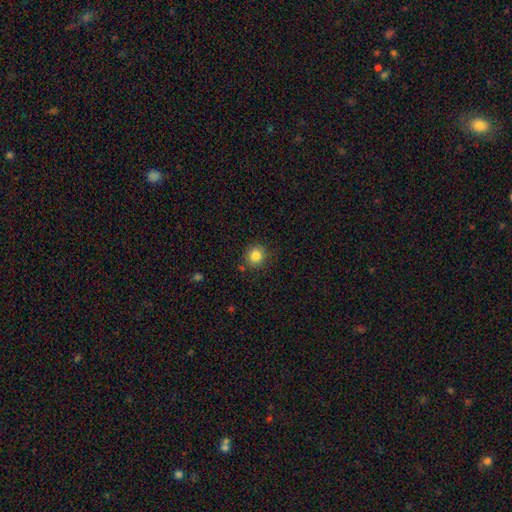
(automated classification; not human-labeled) The model was most divided on "smooth or featured": smooth: 84%, star or artifact: 11%, featured or disk: 6%. More confident: how rounded — round (92%); merging — none (86%).